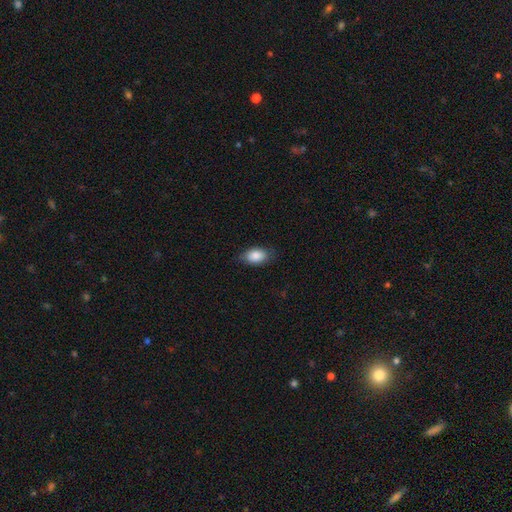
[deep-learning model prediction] Morphology: type=smooth (87%); roundness=in between (89%); merging=none (79%).